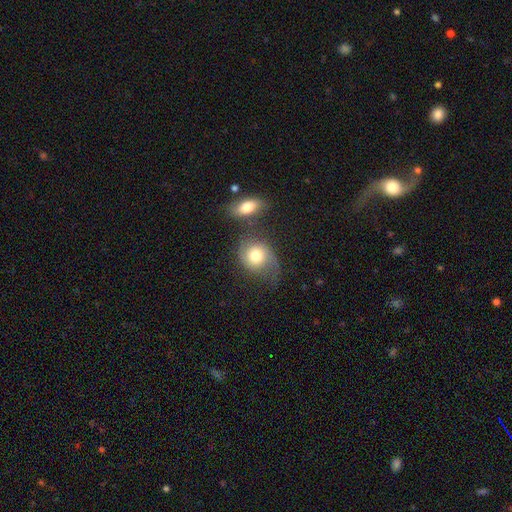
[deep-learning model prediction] The model was most divided on "merging": none: 41%, minor disturbance: 23%, merger: 20%, major disturbance: 17%. More confident: how rounded — round (63%); smooth or featured — smooth (60%).